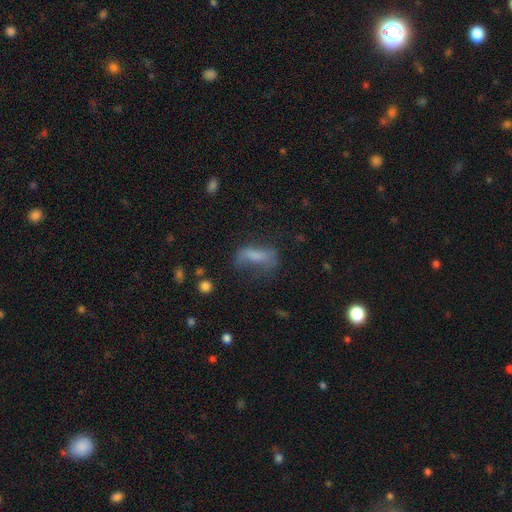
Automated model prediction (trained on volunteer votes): This is possibly a smooth galaxy (57%). How rounded: likely in between (68%). Merging: marginally none (36%).